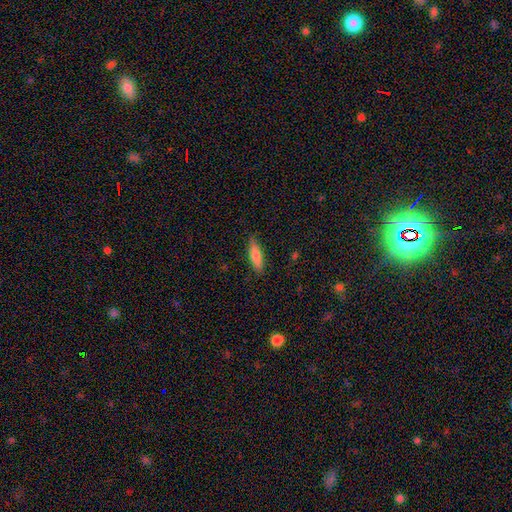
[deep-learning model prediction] A smooth galaxy with no disk features (75%) that is cigar-shaped (65%). Merging: none (87%).